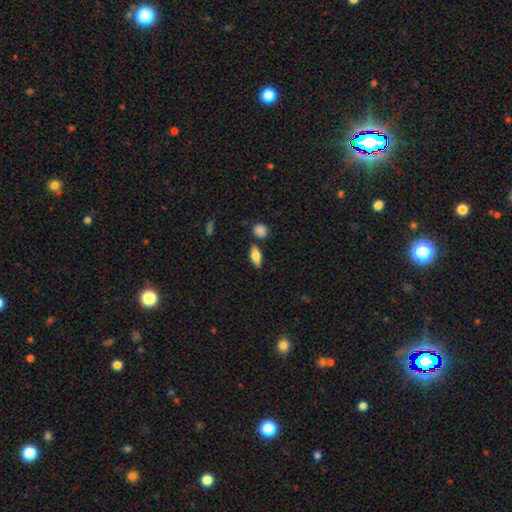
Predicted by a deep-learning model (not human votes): This is likely a smooth galaxy (64%). How rounded: likely in between (72%). Merging: likely none (79%).